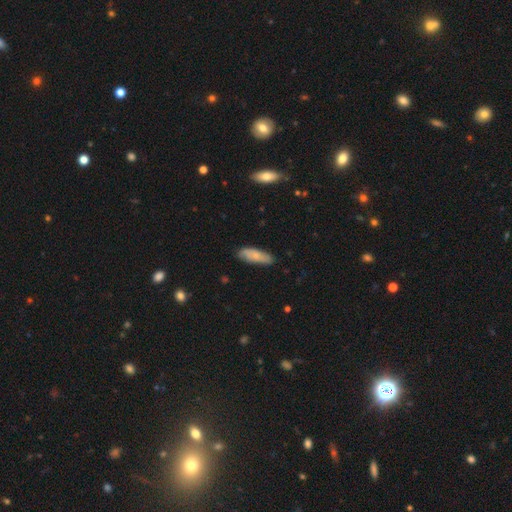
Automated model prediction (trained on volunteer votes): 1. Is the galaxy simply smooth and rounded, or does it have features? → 73% smooth, 21% featured or disk, 6% star or artifact.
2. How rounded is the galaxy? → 59% in between, 39% cigar-shaped, 2% round.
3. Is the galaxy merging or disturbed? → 77% none, 19% minor disturbance, 3% major disturbance, 1% merger.